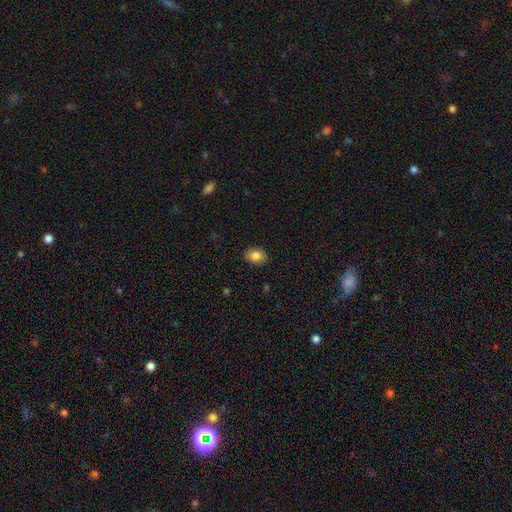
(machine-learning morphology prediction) Overall: smooth (83%). How rounded: in between (70%). Merging: none (87%).